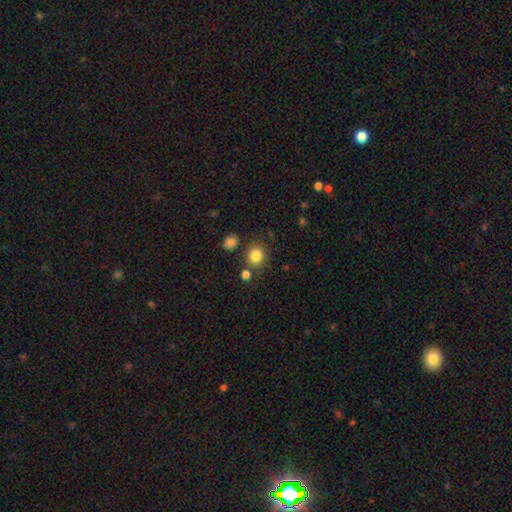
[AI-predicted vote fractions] Morphology: type=smooth (84%); roundness=round (81%); merging=none (77%).